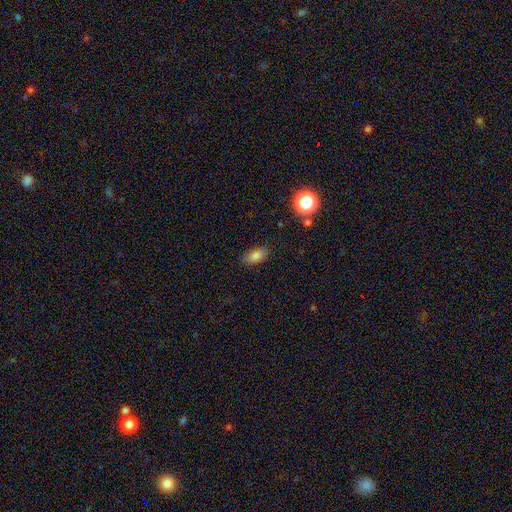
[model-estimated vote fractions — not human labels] smooth 81%, star or artifact 11%, featured or disk 8%. Down the decision tree: how rounded — in between (87%); merging — none (85%).